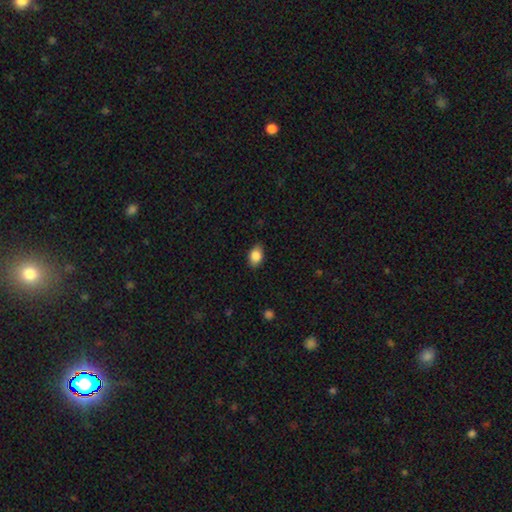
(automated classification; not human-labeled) A smooth galaxy with no disk features (87%) that is in between round and cigar-shaped (83%). Merging: none (83%).